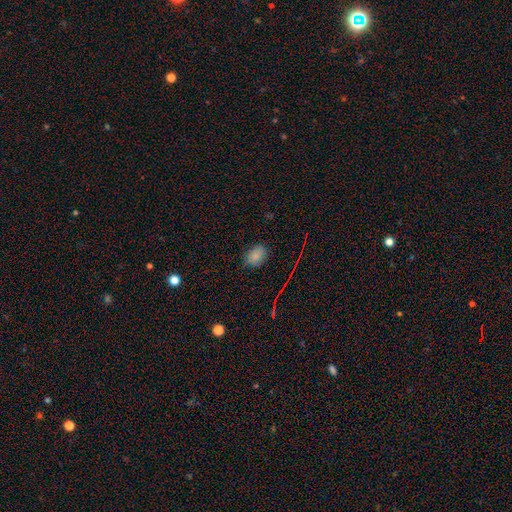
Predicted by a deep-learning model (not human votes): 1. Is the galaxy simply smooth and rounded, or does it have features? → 77% smooth, 16% star or artifact, 7% featured or disk.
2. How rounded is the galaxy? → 67% in between, 32% round, 1% cigar-shaped.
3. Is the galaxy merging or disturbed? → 77% none, 18% minor disturbance, 3% major disturbance, 1% merger.